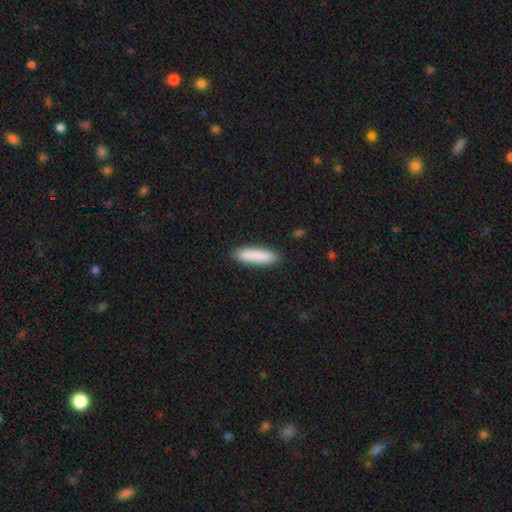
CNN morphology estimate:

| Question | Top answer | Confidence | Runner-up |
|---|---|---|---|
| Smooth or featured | smooth | 87% | featured or disk (8%) |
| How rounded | cigar-shaped | 75% | in between (24%) |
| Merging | none | 88% | minor disturbance (9%) |